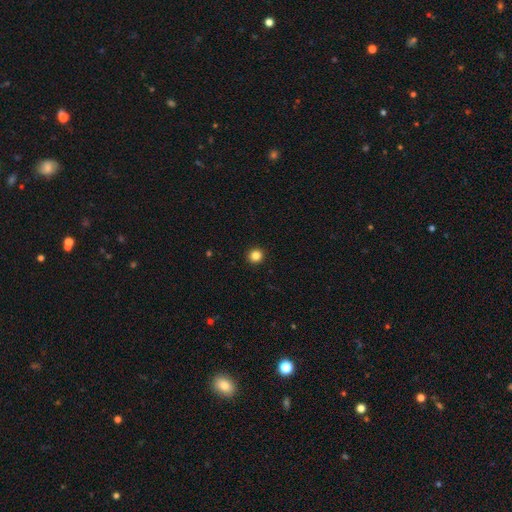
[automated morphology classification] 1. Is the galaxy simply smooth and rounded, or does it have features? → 84% smooth, 12% star or artifact, 4% featured or disk.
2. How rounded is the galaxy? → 93% round, 6% in between, 1% cigar-shaped.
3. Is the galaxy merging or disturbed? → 94% none, 4% minor disturbance, 1% major disturbance, 1% merger.